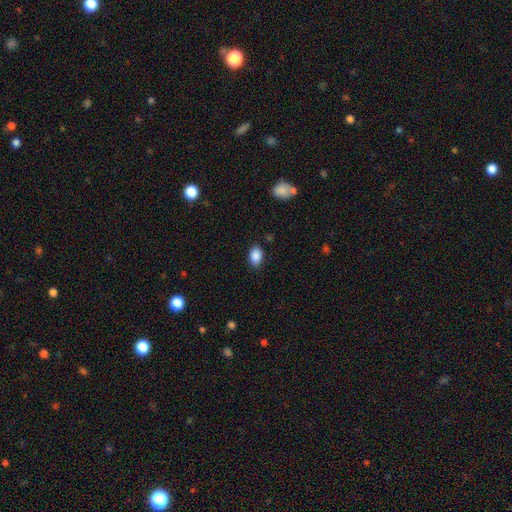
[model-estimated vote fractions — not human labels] A smooth galaxy with no disk features (88%) that is in between round and cigar-shaped (81%). Merging: none (84%).